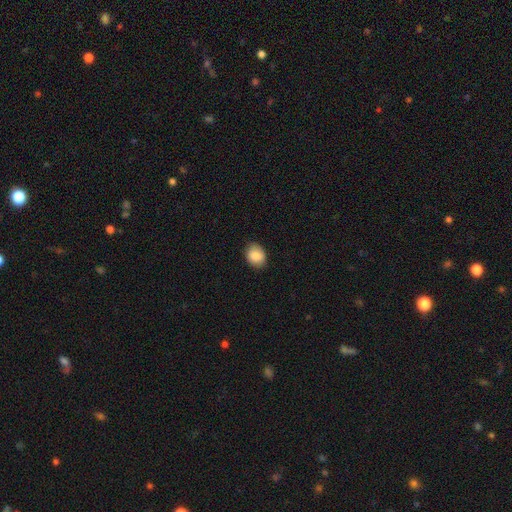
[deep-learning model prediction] This appears to be a smooth galaxy with no disk features (86%) that is in between round and cigar-shaped (54%). Merging: none (84%).